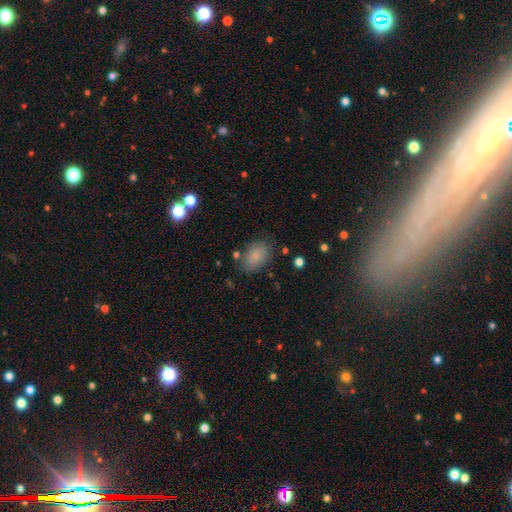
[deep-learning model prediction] smooth-or-featured: smooth: 82% | star or artifact: 9% | featured or disk: 8%
  how-rounded: in between: 84% | round: 15% | cigar-shaped: 1%
  merging: none: 77% | minor disturbance: 15% | major disturbance: 5% | merger: 3%